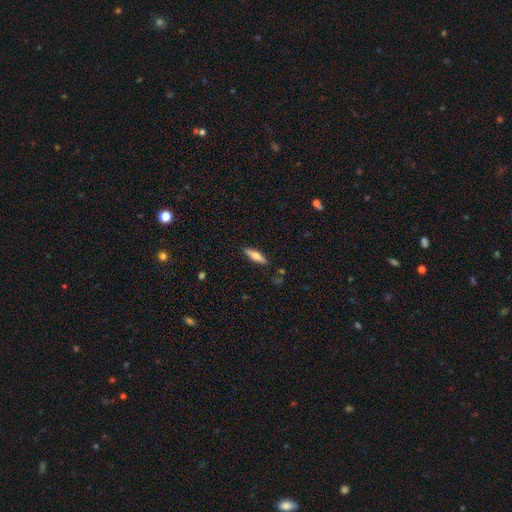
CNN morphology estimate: Overall: smooth (57%; featured or disk 37%). How rounded: cigar-shaped (67%; in between 31%). Merging: none (87%).